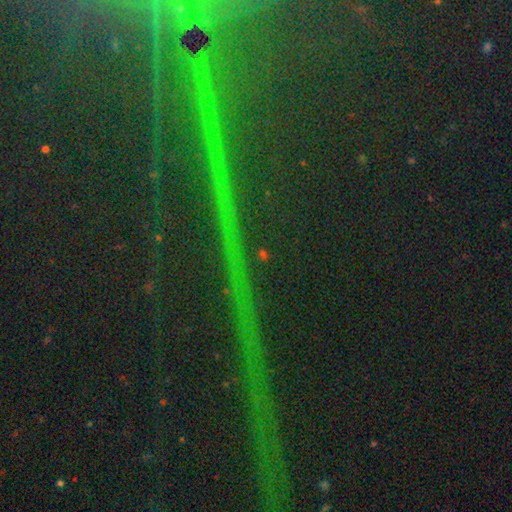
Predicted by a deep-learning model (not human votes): Q: Smooth or featured?
A: star or artifact (87%); runner-up: featured or disk (7%)